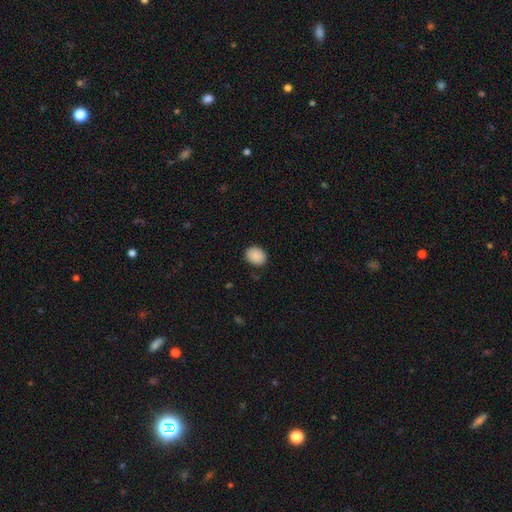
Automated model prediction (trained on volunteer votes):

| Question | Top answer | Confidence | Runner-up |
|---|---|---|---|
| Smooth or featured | smooth | 90% | star or artifact (8%) |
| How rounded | in between | 50% | round (49%) |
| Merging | none | 85% | minor disturbance (12%) |